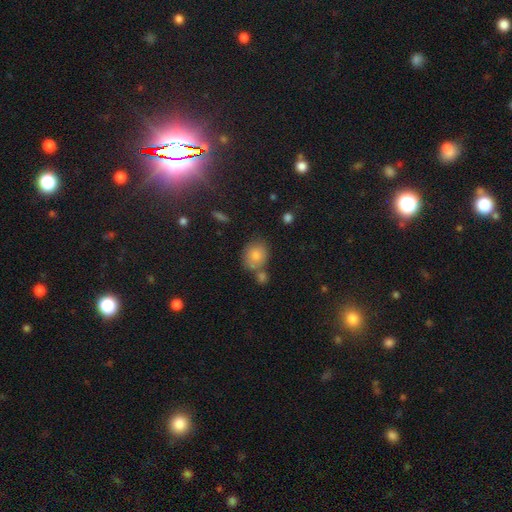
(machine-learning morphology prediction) Smooth or featured? smooth (81%)
How rounded? round (62%)
Merging? none (58%)